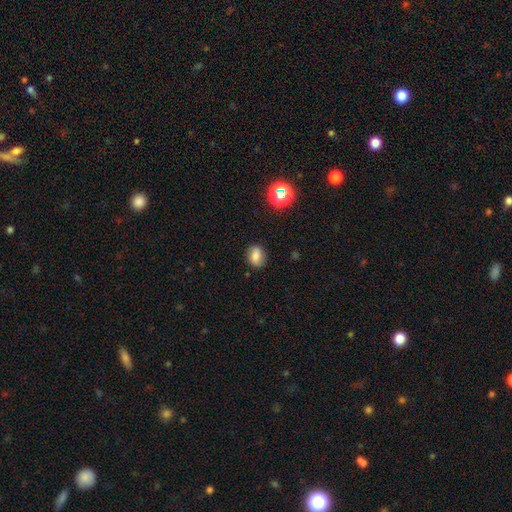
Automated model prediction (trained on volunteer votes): smooth_or_featured: smooth (p=0.72) [alt: featured or disk p=0.15]
how_rounded: in between (p=0.62) [alt: round p=0.37]
merging: none (p=0.83) [alt: minor disturbance p=0.13]